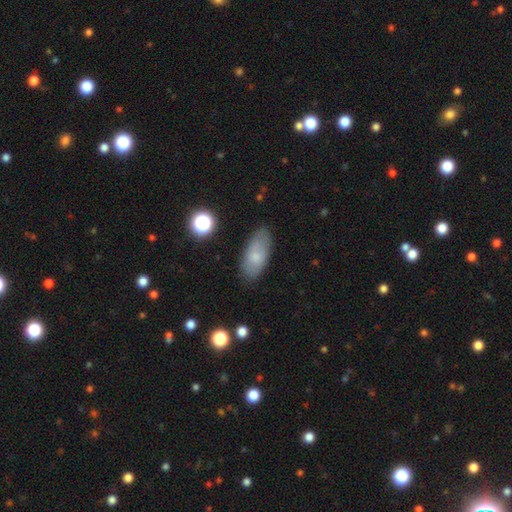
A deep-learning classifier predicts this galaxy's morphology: This appears to be a smooth galaxy with no disk features (73%) that is in between round and cigar-shaped (89%). Merging: none (78%).